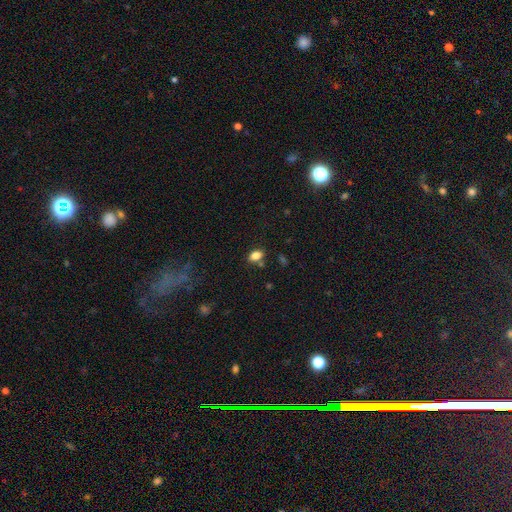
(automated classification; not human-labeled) Smooth or featured? smooth (83%)
How rounded? in between (85%)
Merging? none (73%)